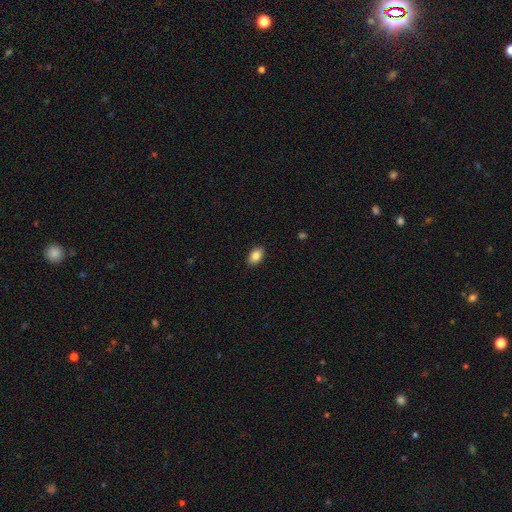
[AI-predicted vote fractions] A smooth galaxy with no disk features (86%) that is in between round and cigar-shaped (90%). Merging: none (89%).